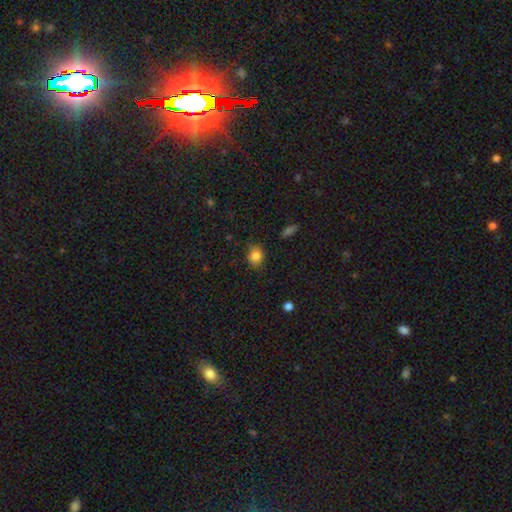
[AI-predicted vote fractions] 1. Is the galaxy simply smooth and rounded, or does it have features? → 83% smooth, 11% star or artifact, 6% featured or disk.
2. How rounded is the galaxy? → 62% round, 37% in between, 1% cigar-shaped.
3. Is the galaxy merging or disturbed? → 78% none, 18% minor disturbance, 3% major disturbance, 1% merger.